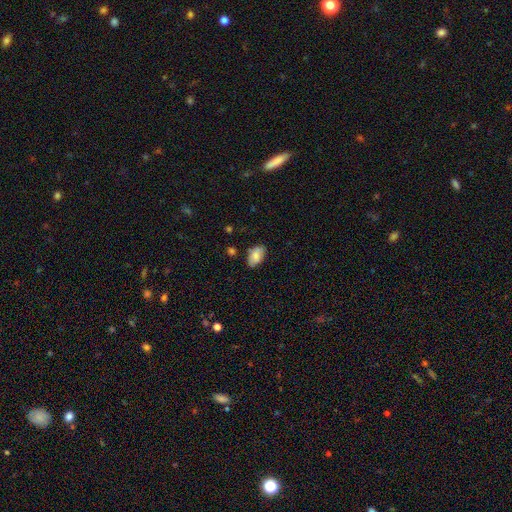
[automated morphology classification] smooth 82%, featured or disk 11%, star or artifact 7%. Down the decision tree: how rounded — in between (93%); merging — none (77%).